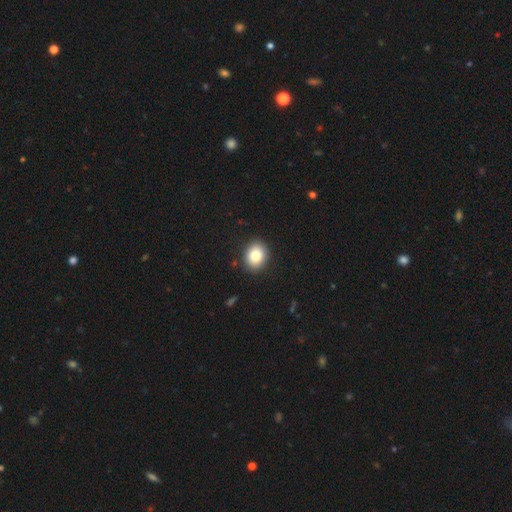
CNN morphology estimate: This appears to be a smooth galaxy with no disk features (83%) that is round (53%). Merging: none (89%).